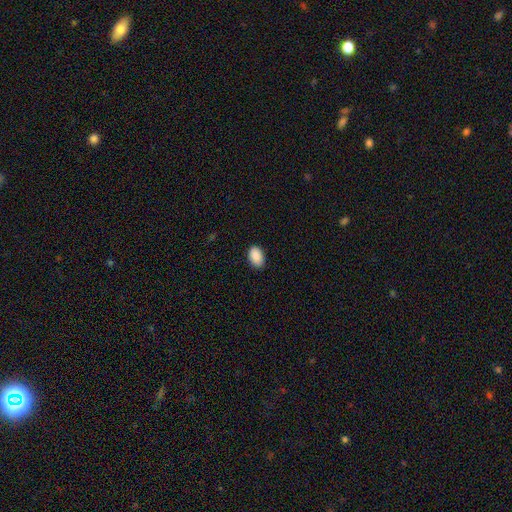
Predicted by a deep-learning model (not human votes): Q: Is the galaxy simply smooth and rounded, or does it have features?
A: smooth — 90%.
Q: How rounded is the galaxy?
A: in between — 90%.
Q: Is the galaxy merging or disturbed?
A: none — 88%.